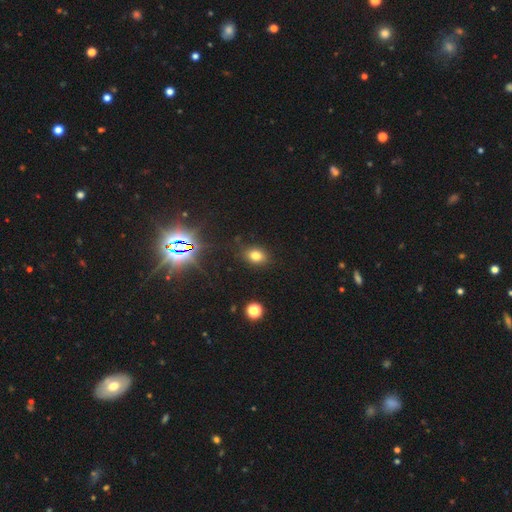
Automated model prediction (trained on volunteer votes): smooth 74%, star or artifact 18%, featured or disk 8%. Down the decision tree: how rounded — in between (64%); merging — none (83%).